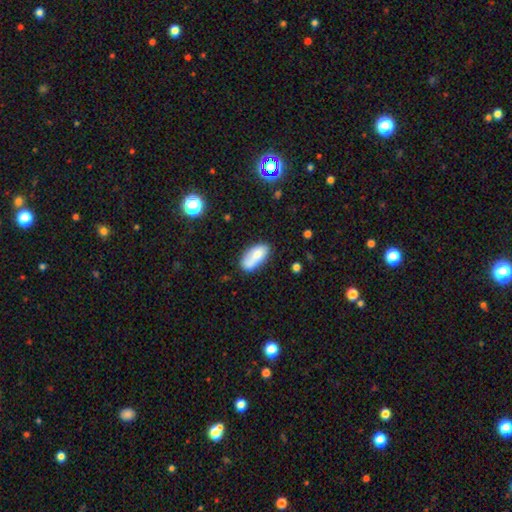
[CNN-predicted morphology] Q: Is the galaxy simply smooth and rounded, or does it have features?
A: smooth — 75%.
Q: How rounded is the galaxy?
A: in between — 89%.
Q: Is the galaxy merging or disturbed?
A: none — 55%.